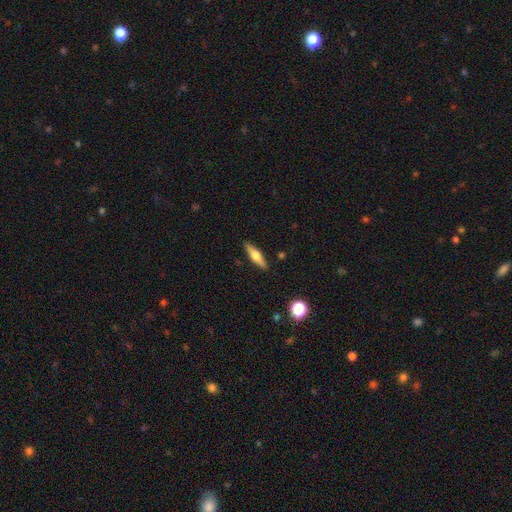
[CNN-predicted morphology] Q: Smooth or featured?
A: featured or disk (52%); runner-up: smooth (42%)
Q: Edge-on disk?
A: yes (95%); runner-up: no (5%)
Q: Merging?
A: none (89%); runner-up: minor disturbance (8%)